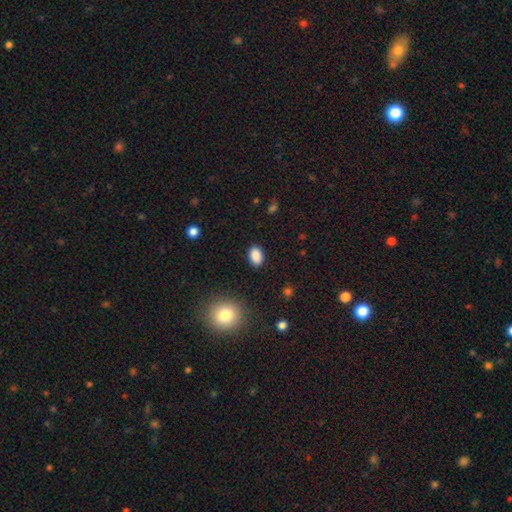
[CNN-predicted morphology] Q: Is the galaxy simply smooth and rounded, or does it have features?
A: smooth — 88%.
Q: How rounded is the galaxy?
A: in between — 83%.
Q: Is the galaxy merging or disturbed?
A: none — 87%.